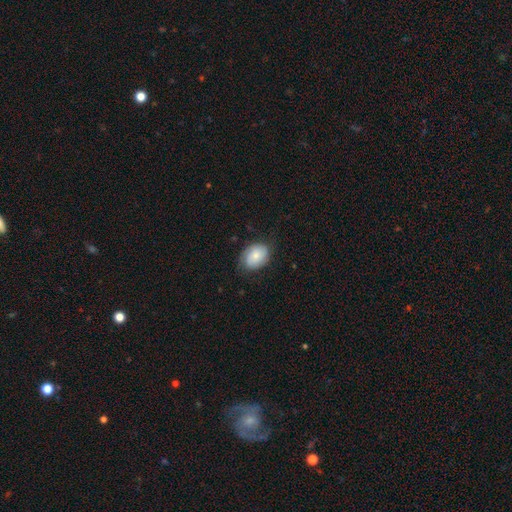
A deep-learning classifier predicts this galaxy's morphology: A smooth galaxy with no disk features (73%) that is in between round and cigar-shaped (73%). Merging: none (72%).